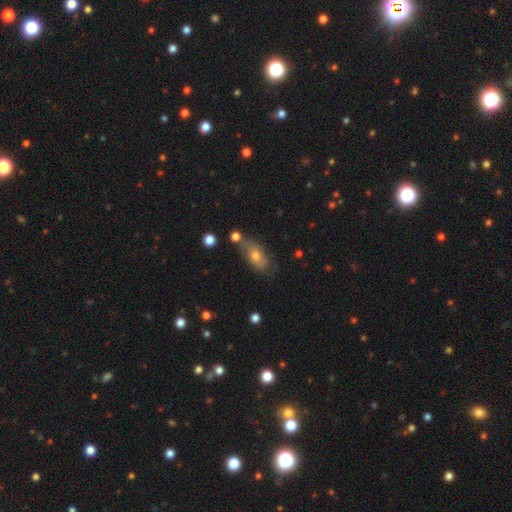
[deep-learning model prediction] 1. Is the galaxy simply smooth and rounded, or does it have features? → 60% smooth, 30% featured or disk, 10% star or artifact.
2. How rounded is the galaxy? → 83% in between, 8% cigar-shaped, 8% round.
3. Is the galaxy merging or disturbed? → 58% none, 23% minor disturbance, 11% merger, 8% major disturbance.